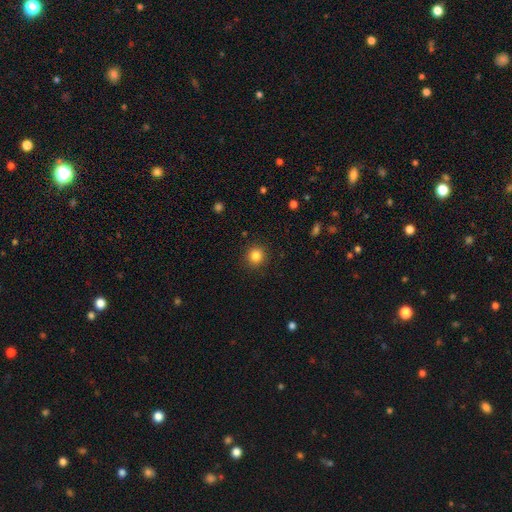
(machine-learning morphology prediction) Smooth or featured: smooth — 84% (star or artifact — 12%)
How rounded: round — 92% (in between — 7%)
Merging: none — 91% (minor disturbance — 6%)